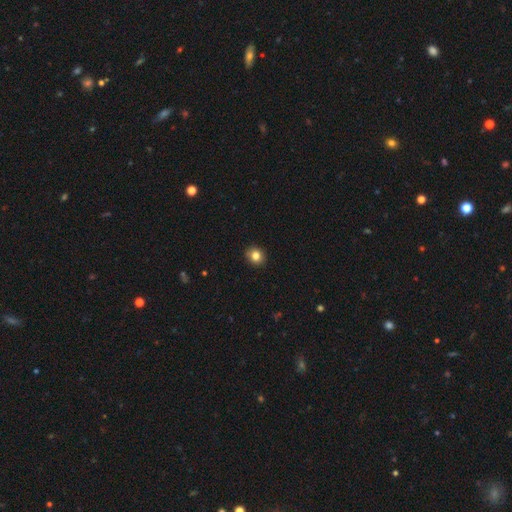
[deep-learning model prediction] This appears to be a smooth galaxy with no disk features (82%) that is round (77%). Merging: none (90%).